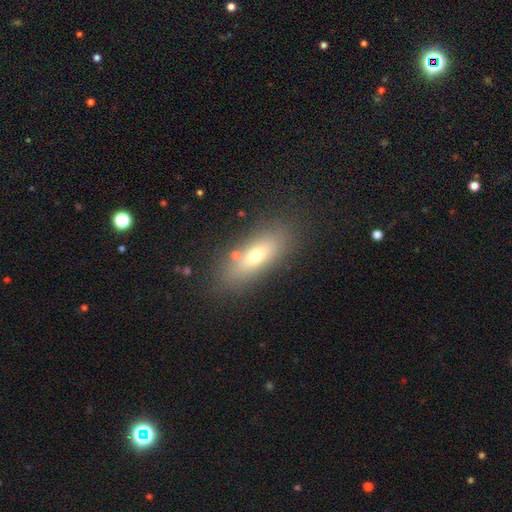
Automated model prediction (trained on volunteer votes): Smooth or featured? smooth (61%)
How rounded? in between (65%)
Merging? none (78%)